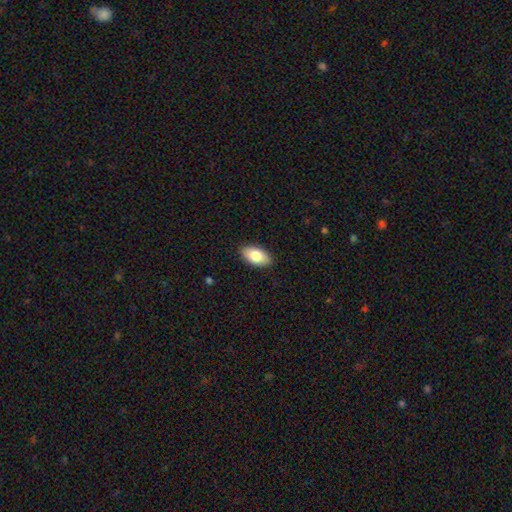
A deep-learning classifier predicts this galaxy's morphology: Smooth or featured? smooth (82%)
How rounded? in between (94%)
Merging? none (89%)